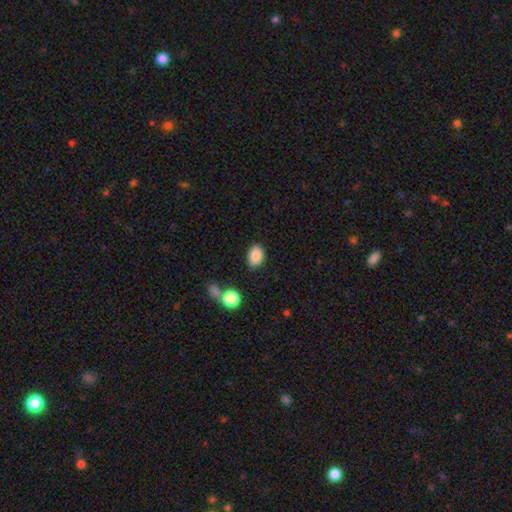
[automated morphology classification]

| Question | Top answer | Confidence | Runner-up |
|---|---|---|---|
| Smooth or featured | smooth | 86% | star or artifact (9%) |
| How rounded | in between | 81% | round (18%) |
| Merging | none | 84% | minor disturbance (11%) |